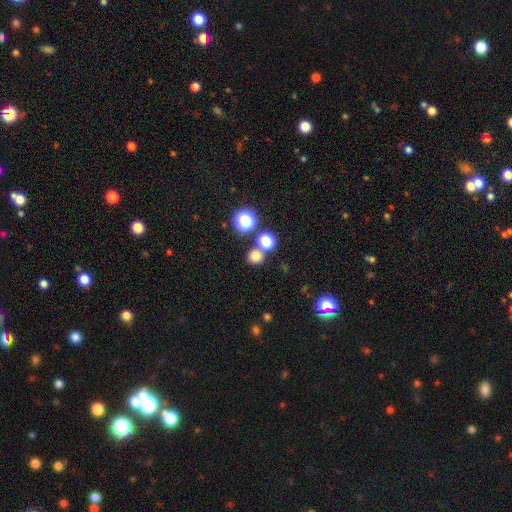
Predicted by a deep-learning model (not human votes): Smooth or featured: smooth — 75% (star or artifact — 19%)
How rounded: round — 86% (in between — 13%)
Merging: none — 70% (merger — 19%)